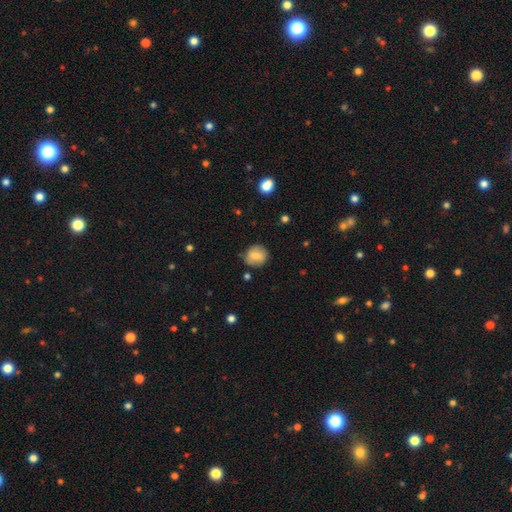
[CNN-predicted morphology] A smooth galaxy with no disk features (76%) that is round (80%).

Vote fractions:
- Smooth or featured? smooth: 76% / featured or disk: 16% / star or artifact: 8%
- How rounded? round: 80% / in between: 19% / cigar-shaped: 1%
- Merging? none: 80% / minor disturbance: 14% / major disturbance: 4% / merger: 2%